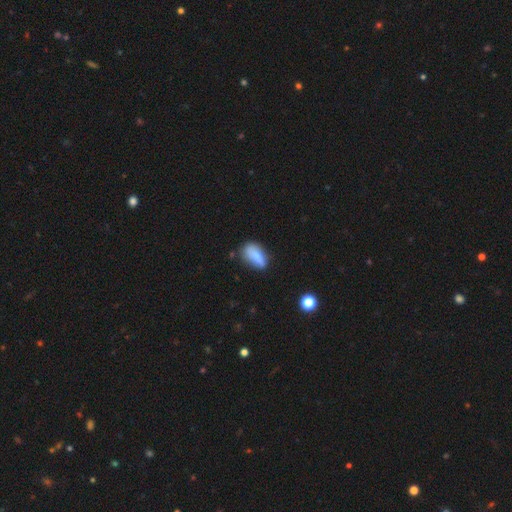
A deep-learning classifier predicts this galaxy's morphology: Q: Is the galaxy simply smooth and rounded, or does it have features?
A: smooth — 75%.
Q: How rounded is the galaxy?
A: in between — 83%.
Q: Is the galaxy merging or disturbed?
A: none — 58%.